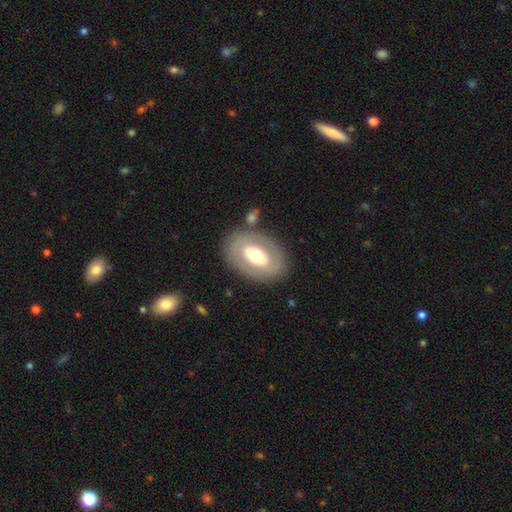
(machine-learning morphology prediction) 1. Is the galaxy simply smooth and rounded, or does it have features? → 52% featured or disk, 42% smooth, 6% star or artifact.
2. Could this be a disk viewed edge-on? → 91% no, 9% yes.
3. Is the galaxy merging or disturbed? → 79% none, 11% minor disturbance, 5% major disturbance, 5% merger.